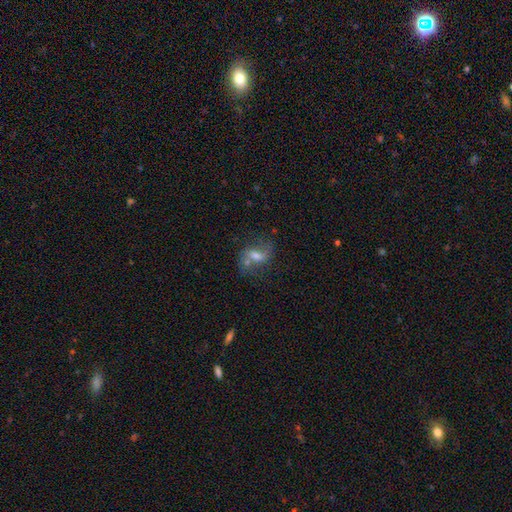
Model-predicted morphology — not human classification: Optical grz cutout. It shows a featured or disk galaxy (60%) with a weak bar (48%), spiral arms (81%) and a moderate central bulge (51%). Merging: none (51%).